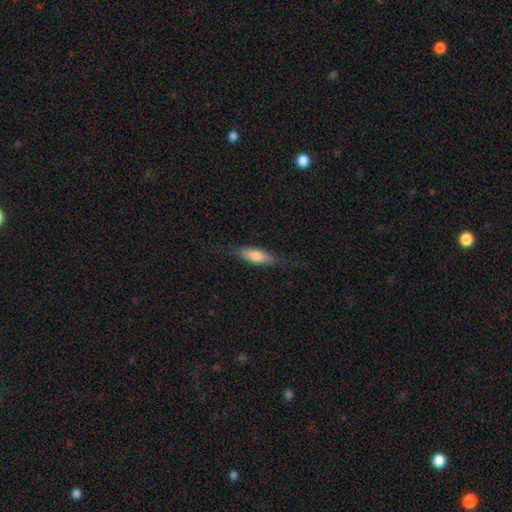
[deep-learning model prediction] Q: Smooth or featured?
A: smooth (65%); runner-up: featured or disk (28%)
Q: How rounded?
A: cigar-shaped (60%); runner-up: in between (38%)
Q: Merging?
A: none (79%); runner-up: minor disturbance (16%)